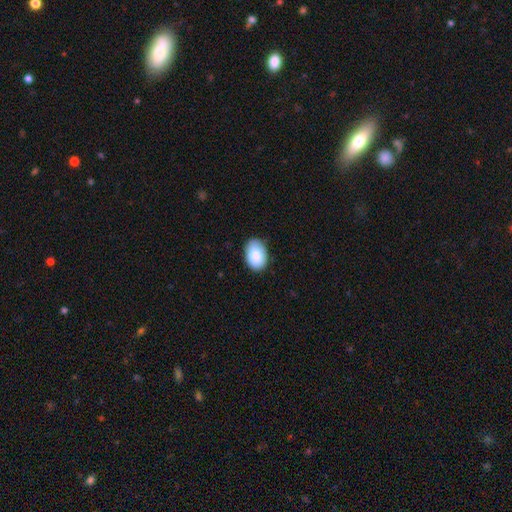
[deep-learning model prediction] A smooth galaxy with no disk features (86%) that is in between round and cigar-shaped (88%). Merging: none (82%).